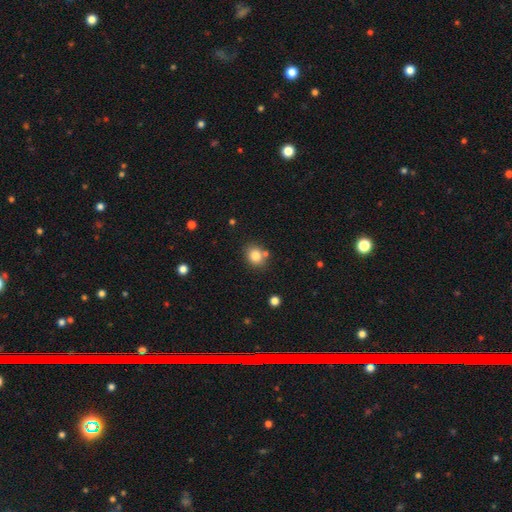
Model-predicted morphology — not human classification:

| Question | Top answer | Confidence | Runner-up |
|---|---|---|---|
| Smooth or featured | smooth | 82% | star or artifact (11%) |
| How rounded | round | 68% | in between (31%) |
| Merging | none | 73% | merger (12%) |